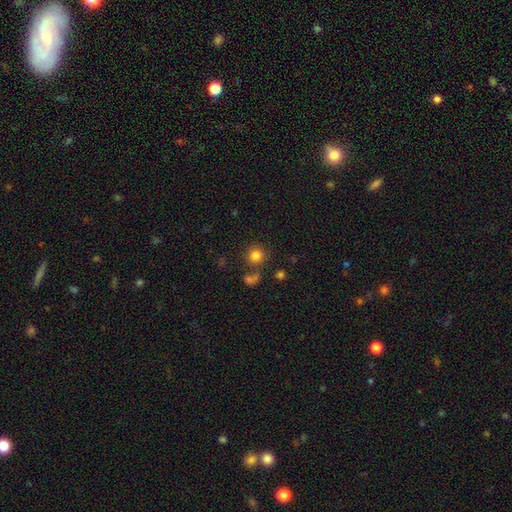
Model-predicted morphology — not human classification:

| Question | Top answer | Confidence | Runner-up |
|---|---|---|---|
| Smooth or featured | smooth | 82% | star or artifact (12%) |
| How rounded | round | 90% | in between (9%) |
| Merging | none | 69% | merger (16%) |